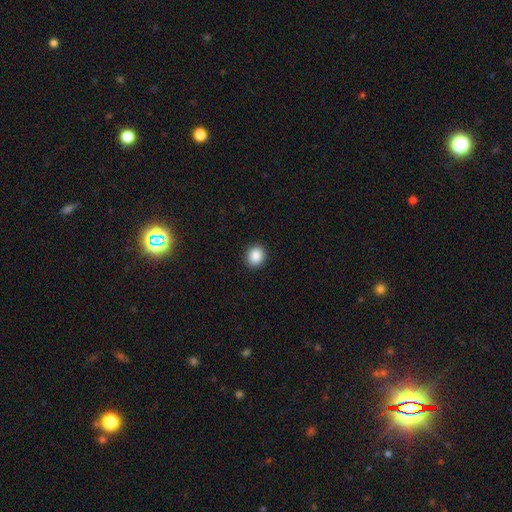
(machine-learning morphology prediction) This is clearly a smooth galaxy (88%). How rounded: likely round (72%). Merging: clearly none (91%).